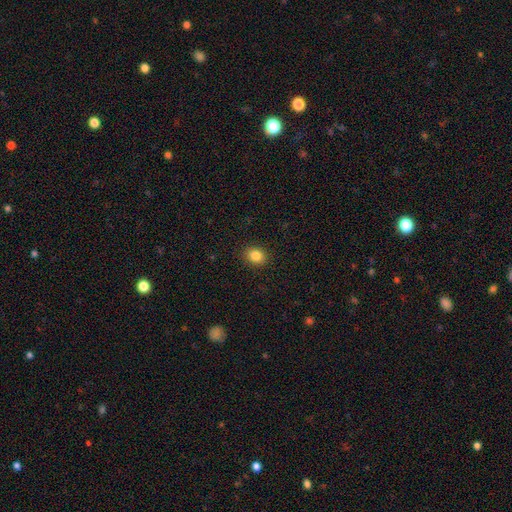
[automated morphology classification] smooth_or_featured: smooth (p=0.85) [alt: star or artifact p=0.10]
how_rounded: round (p=0.51) [alt: in between p=0.48]
merging: none (p=0.90) [alt: minor disturbance p=0.07]